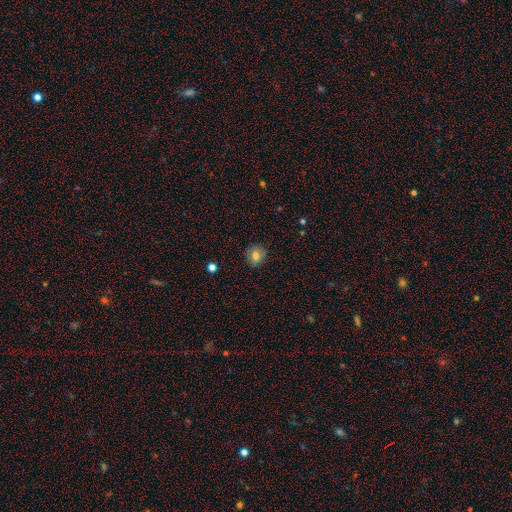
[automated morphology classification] A smooth galaxy with no disk features (76%) that is round (77%). Merging: none (85%).